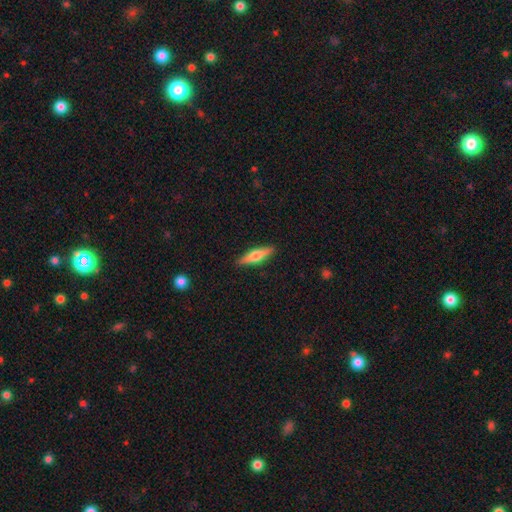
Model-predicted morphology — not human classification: A smooth galaxy with no disk features (53%) that is cigar-shaped (73%). Merging: none (90%).